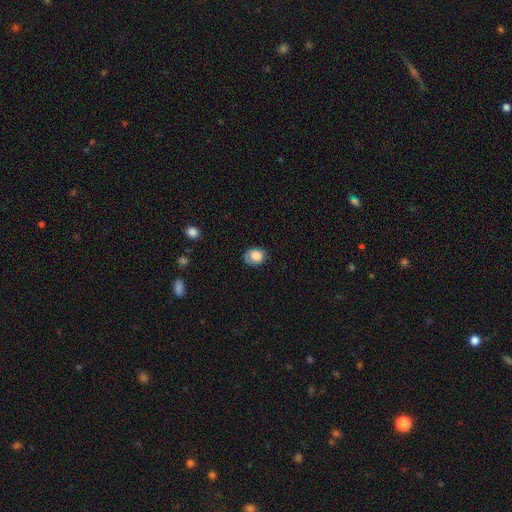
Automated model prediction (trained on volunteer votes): This is clearly a smooth galaxy (82%). How rounded: possibly round (54%). Merging: likely none (67%).